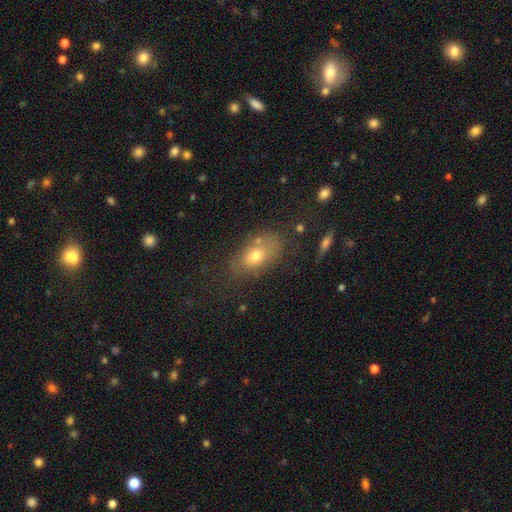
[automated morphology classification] smooth-or-featured: smooth: 69% | featured or disk: 19% | star or artifact: 12%
  how-rounded: in between: 83% | round: 14% | cigar-shaped: 3%
  merging: none: 64% | minor disturbance: 20% | major disturbance: 9% | merger: 8%